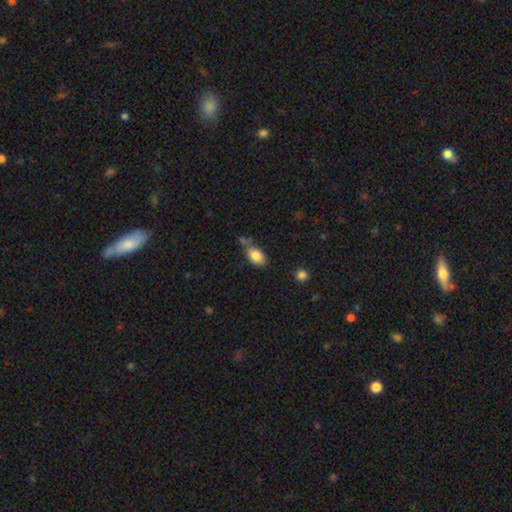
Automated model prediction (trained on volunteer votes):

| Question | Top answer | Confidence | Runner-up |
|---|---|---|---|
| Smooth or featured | smooth | 84% | featured or disk (9%) |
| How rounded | in between | 90% | round (7%) |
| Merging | none | 56% | minor disturbance (22%) |